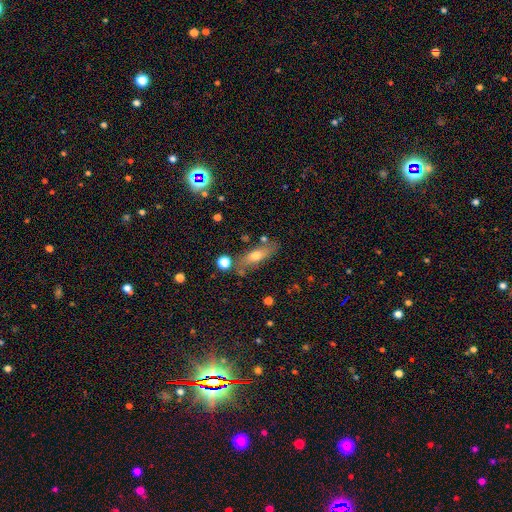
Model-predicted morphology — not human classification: This is likely a smooth galaxy (62%). How rounded: possibly in between (58%). Merging: likely none (72%).